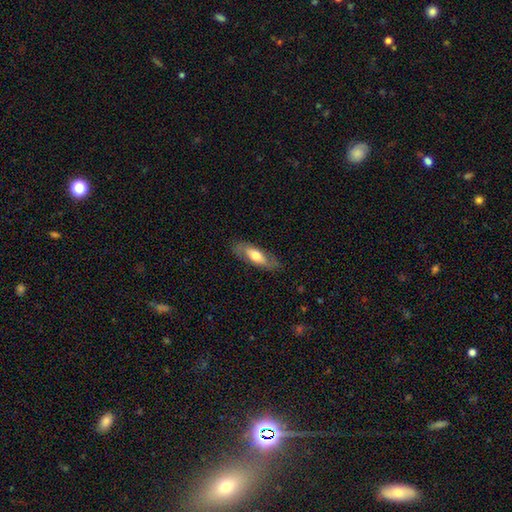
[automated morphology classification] Smooth or featured? smooth (50%)
Merging? none (79%)